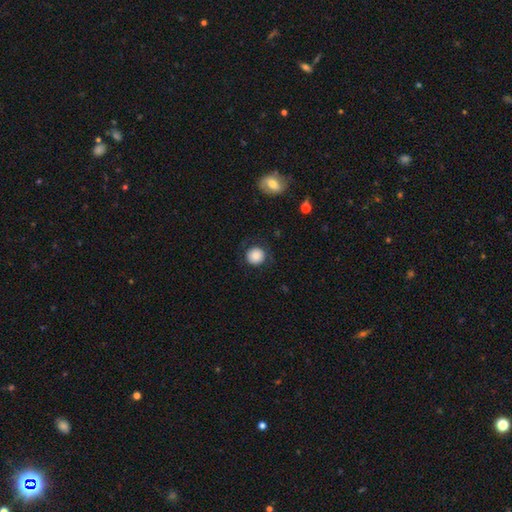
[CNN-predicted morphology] Overall: smooth (86%). How rounded: round (93%). Merging: none (82%).